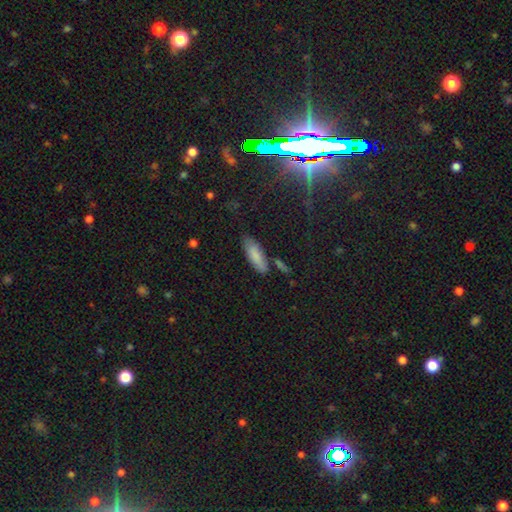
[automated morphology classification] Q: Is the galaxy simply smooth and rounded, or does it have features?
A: smooth — 81%.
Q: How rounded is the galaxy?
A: in between — 57%.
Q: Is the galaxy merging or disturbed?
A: none — 77%.